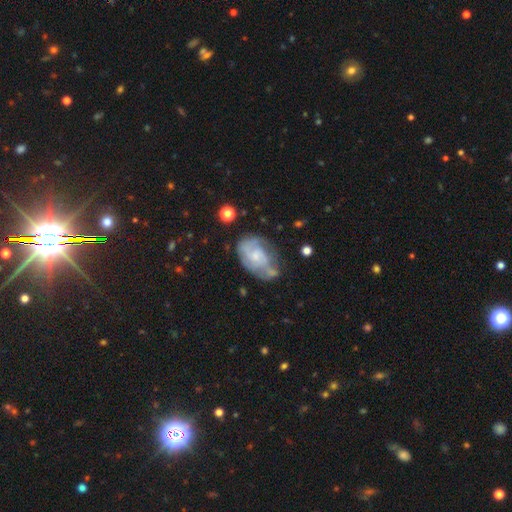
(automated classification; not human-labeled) Morphology: type=featured or disk (69%); edge-on=no (97%); bar=no (67%); spiral arms=yes (82%); winding=tight (42%); arm count=2 (43%); bulge=small (60%); merging=none (46%).